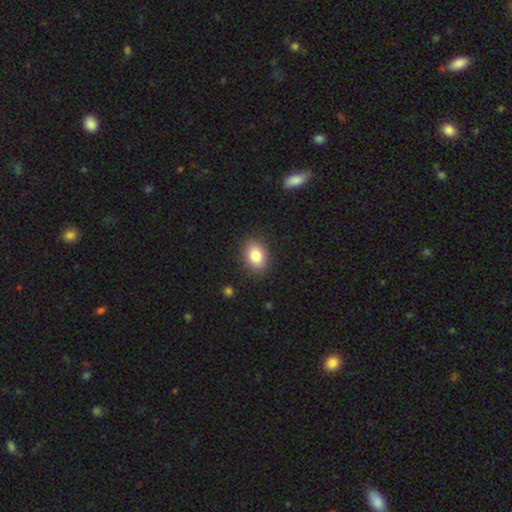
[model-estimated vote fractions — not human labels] Smooth or featured?
  - smooth: 84% *
  - star or artifact: 9%
  - featured or disk: 7%
How rounded?
  - in between: 71% *
  - round: 28%
  - cigar-shaped: 1%
Merging?
  - none: 87% *
  - minor disturbance: 10%
  - major disturbance: 3%
  - merger: 1%